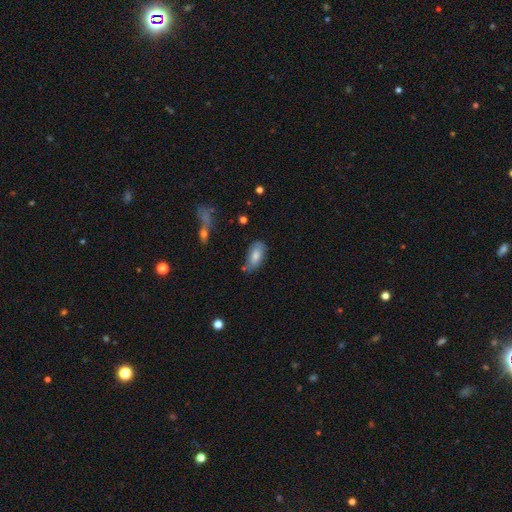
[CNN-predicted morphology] smooth_or_featured: smooth (p=0.76) [alt: featured or disk p=0.16]
how_rounded: in between (p=0.89) [alt: cigar-shaped p=0.09]
merging: none (p=0.62) [alt: minor disturbance p=0.27]